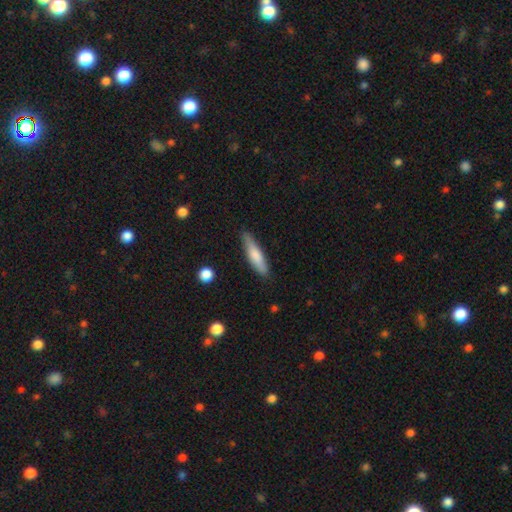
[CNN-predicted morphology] smooth 74%, featured or disk 20%, star or artifact 6%. Down the decision tree: how rounded — cigar-shaped (75%); merging — none (80%).